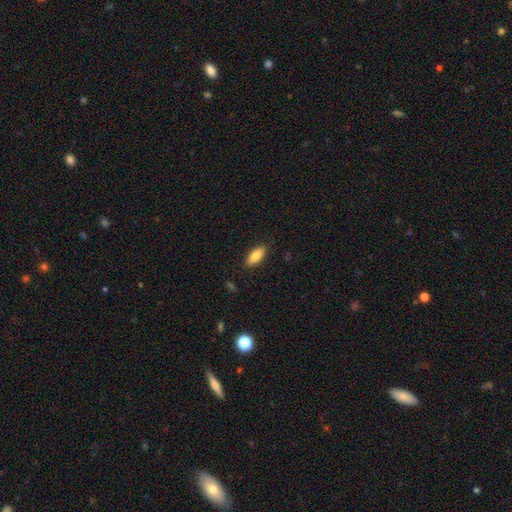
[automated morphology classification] Smooth or featured? Predicted: smooth (p=0.81). How rounded? Predicted: in between (p=0.81). Merging? Predicted: none (p=0.85).